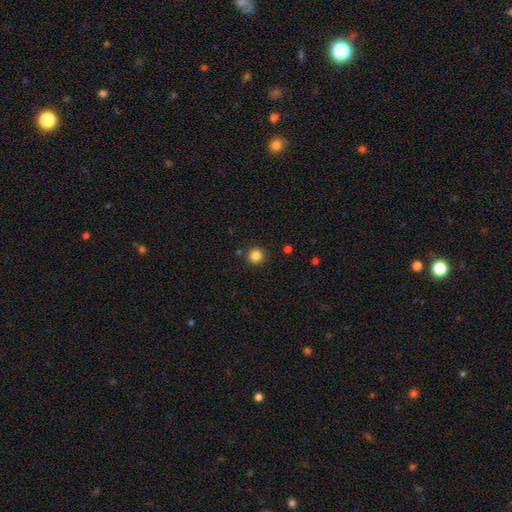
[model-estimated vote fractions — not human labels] Smooth or featured? Predicted: smooth (p=0.84). How rounded? Predicted: round (p=0.95). Merging? Predicted: none (p=0.91).